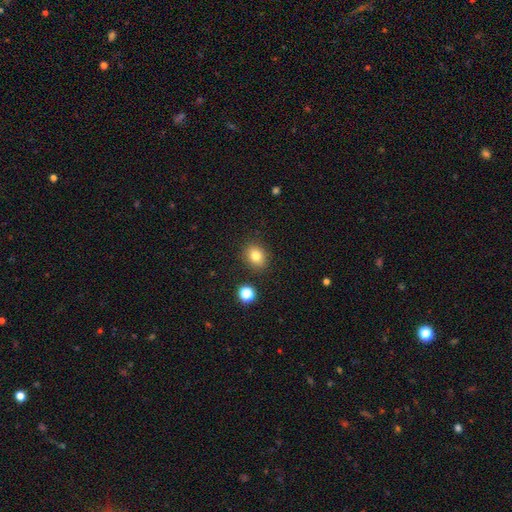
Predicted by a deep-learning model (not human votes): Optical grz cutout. It shows a smooth galaxy with no disk features (81%) that is round (55%). Merging: none (86%).